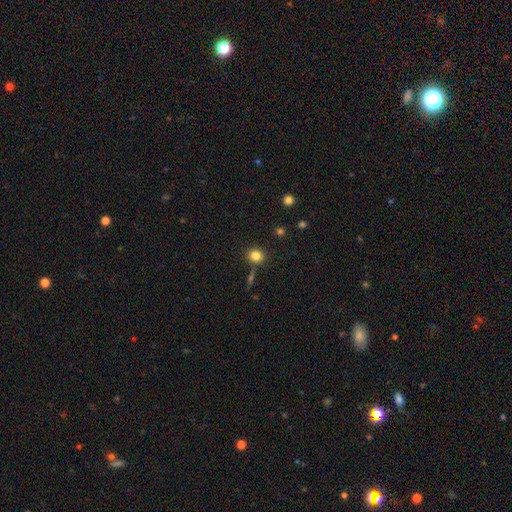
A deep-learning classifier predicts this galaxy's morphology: Smooth or featured: smooth — 82% (star or artifact — 12%)
How rounded: round — 77% (in between — 22%)
Merging: none — 82% (minor disturbance — 9%)